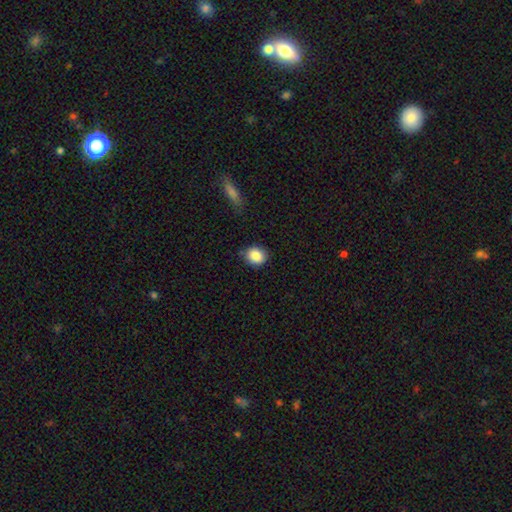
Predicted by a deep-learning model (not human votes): A smooth galaxy with no disk features (86%) that is round (64%). Merging: none (82%).